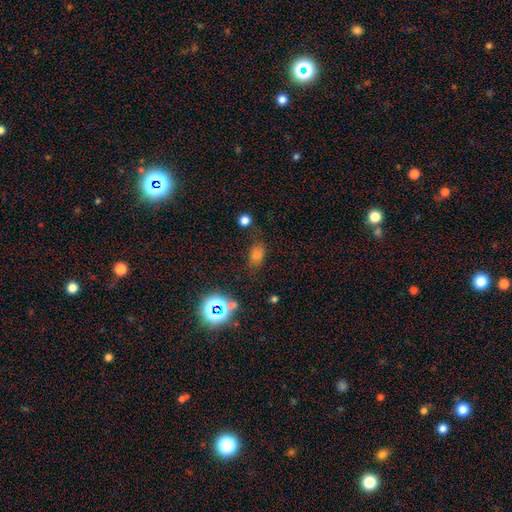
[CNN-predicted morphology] smooth-or-featured: smooth: 63% | star or artifact: 28% | featured or disk: 9%
  how-rounded: in between: 75% | round: 22% | cigar-shaped: 3%
  merging: none: 67% | minor disturbance: 21% | major disturbance: 8% | merger: 4%